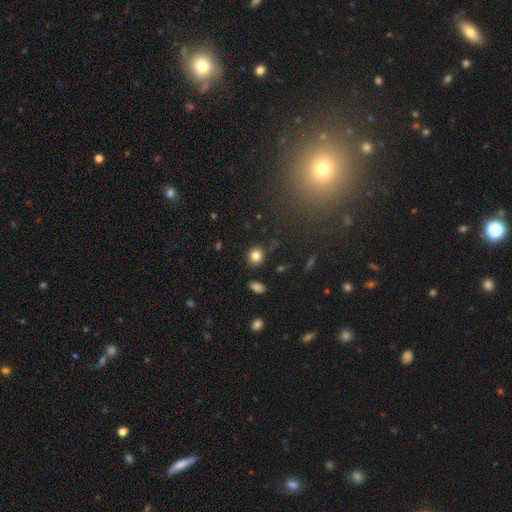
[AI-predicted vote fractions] A smooth galaxy with no disk features (83%) that is round (82%). Merging: none (87%).